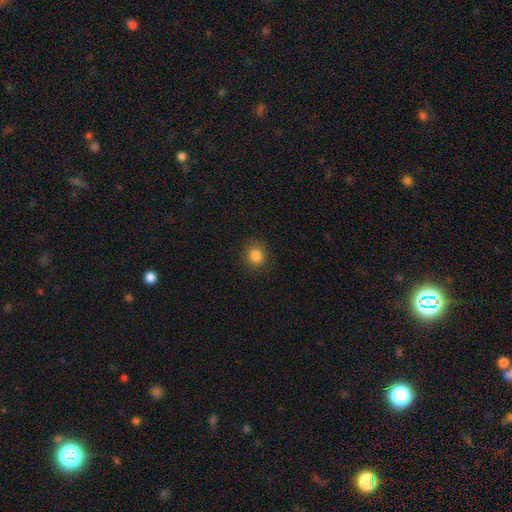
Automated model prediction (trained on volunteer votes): Smooth or featured?
  - smooth: 84% *
  - star or artifact: 11%
  - featured or disk: 5%
How rounded?
  - round: 83% *
  - in between: 16%
  - cigar-shaped: 1%
Merging?
  - none: 89% *
  - minor disturbance: 7%
  - major disturbance: 2%
  - merger: 1%